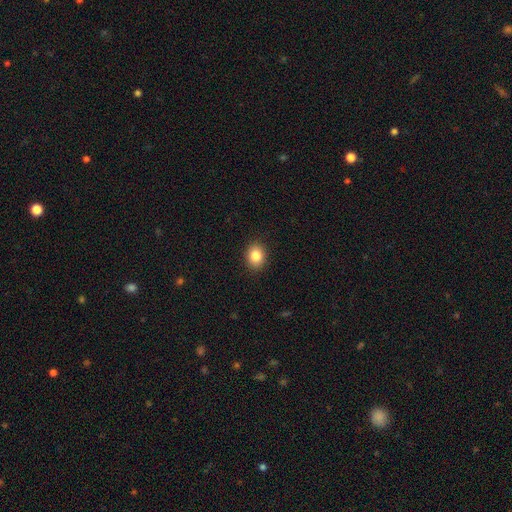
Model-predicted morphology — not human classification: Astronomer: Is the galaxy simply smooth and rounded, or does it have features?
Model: smooth — 85%.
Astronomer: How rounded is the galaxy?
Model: round — 52% (runner-up: in between, 47%).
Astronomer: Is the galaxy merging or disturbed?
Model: none — 90%.